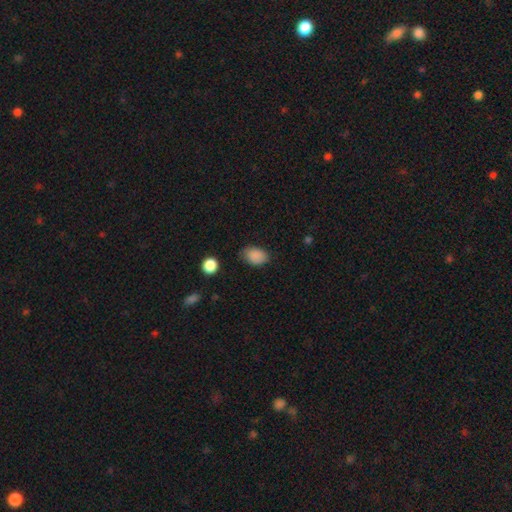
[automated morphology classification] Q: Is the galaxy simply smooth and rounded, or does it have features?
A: smooth — 88%.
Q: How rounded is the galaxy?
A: in between — 82%.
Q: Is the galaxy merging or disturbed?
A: none — 78%.